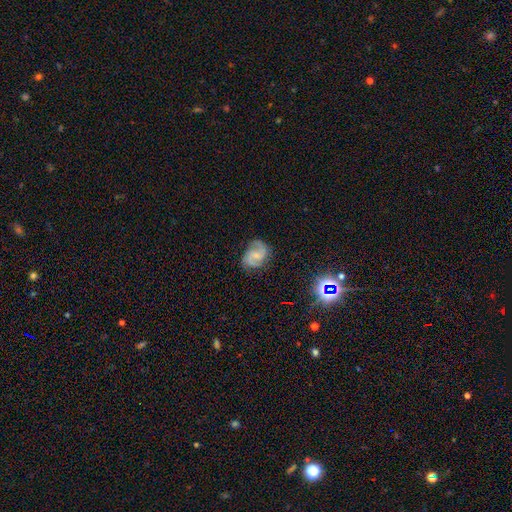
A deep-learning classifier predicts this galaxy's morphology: Smooth or featured? Predicted: featured or disk (p=0.83). Edge-on disk? Predicted: no (p=0.98). Bar? Predicted: weak (p=0.49). Spiral arms? Predicted: yes (p=0.97). Spiral winding? Predicted: medium (p=0.55). Spiral arm count? Predicted: 2 (p=0.89). Bulge size? Predicted: small (p=0.54). Merging? Predicted: none (p=0.78).